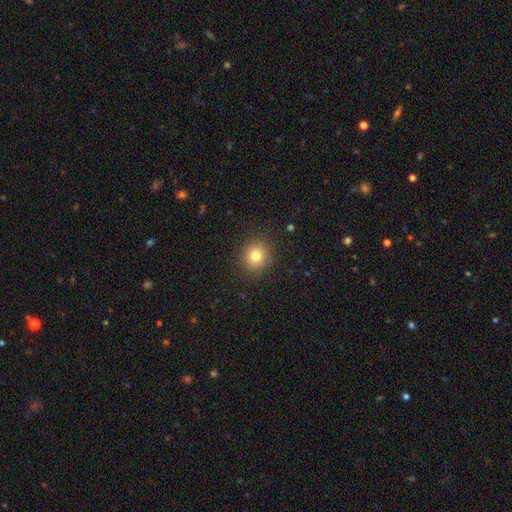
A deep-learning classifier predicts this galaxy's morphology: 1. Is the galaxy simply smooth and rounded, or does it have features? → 78% smooth, 13% star or artifact, 9% featured or disk.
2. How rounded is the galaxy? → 87% round, 12% in between, 1% cigar-shaped.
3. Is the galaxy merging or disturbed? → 89% none, 7% minor disturbance, 3% major disturbance, 1% merger.